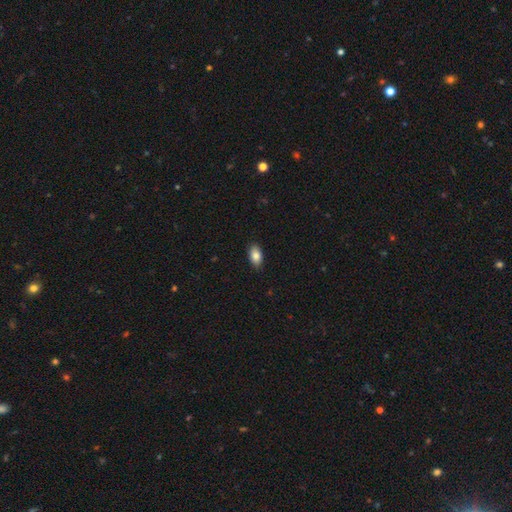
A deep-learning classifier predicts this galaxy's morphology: Smooth or featured? Predicted: smooth (p=0.85). How rounded? Predicted: in between (p=0.92). Merging? Predicted: none (p=0.88).